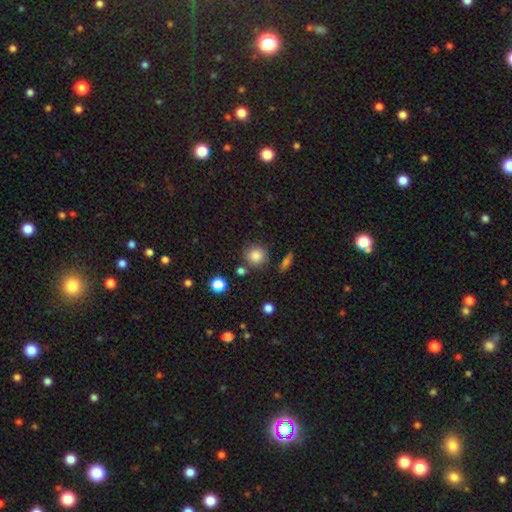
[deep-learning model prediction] smooth 84%, star or artifact 11%, featured or disk 5%. Down the decision tree: how rounded — round (89%); merging — none (79%).